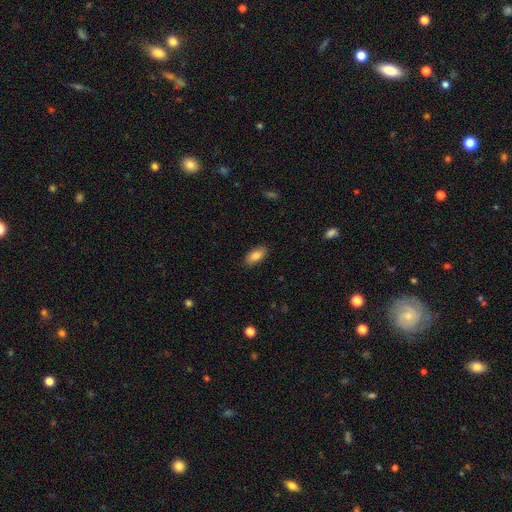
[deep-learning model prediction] A smooth galaxy with no disk features (84%) that is in between round and cigar-shaped (88%). Merging: none (87%).